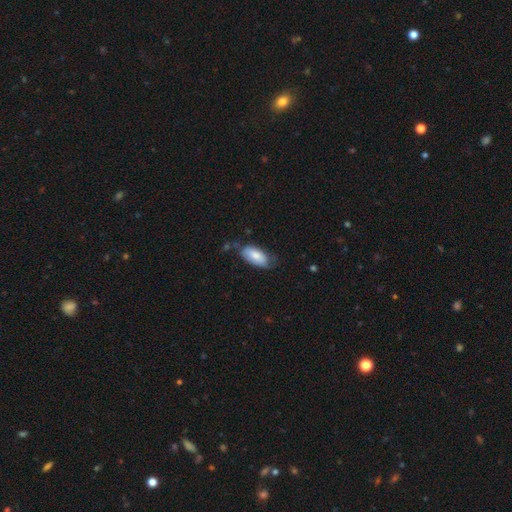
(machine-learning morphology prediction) A smooth galaxy with no disk features (80%) that is in between round and cigar-shaped (92%).

Vote fractions:
- Smooth or featured? smooth: 80% / featured or disk: 14% / star or artifact: 6%
- How rounded? in between: 92% / cigar-shaped: 6% / round: 2%
- Merging? none: 58% / minor disturbance: 32% / major disturbance: 7% / merger: 3%